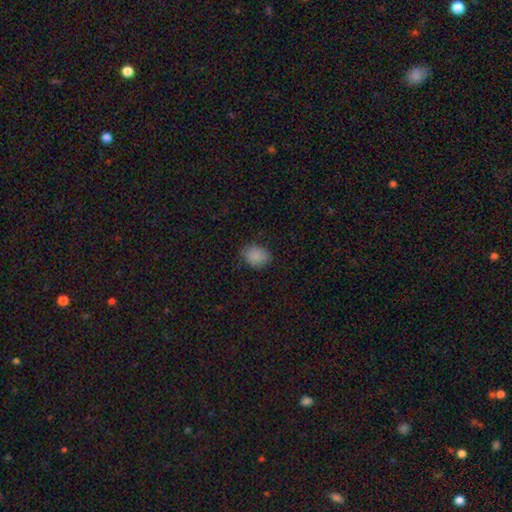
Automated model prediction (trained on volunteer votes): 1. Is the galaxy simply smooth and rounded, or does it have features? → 87% smooth, 9% star or artifact, 4% featured or disk.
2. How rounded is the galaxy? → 56% in between, 43% round, 1% cigar-shaped.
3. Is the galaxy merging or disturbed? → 77% none, 18% minor disturbance, 4% major disturbance, 1% merger.